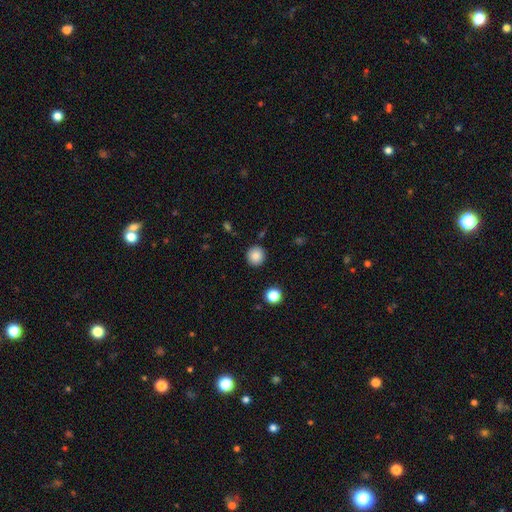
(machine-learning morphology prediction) Q: Smooth or featured?
A: smooth (86%); runner-up: star or artifact (10%)
Q: How rounded?
A: round (93%); runner-up: in between (6%)
Q: Merging?
A: none (90%); runner-up: minor disturbance (6%)